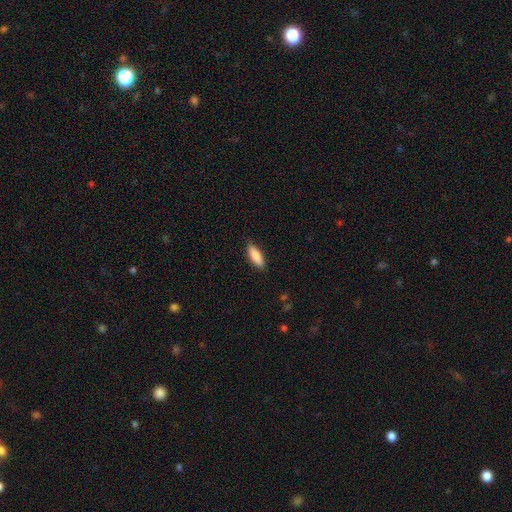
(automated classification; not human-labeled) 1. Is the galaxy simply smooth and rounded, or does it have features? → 82% smooth, 12% featured or disk, 6% star or artifact.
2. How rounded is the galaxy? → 61% in between, 37% cigar-shaped, 2% round.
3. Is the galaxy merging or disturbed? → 86% none, 11% minor disturbance, 2% major disturbance, 1% merger.